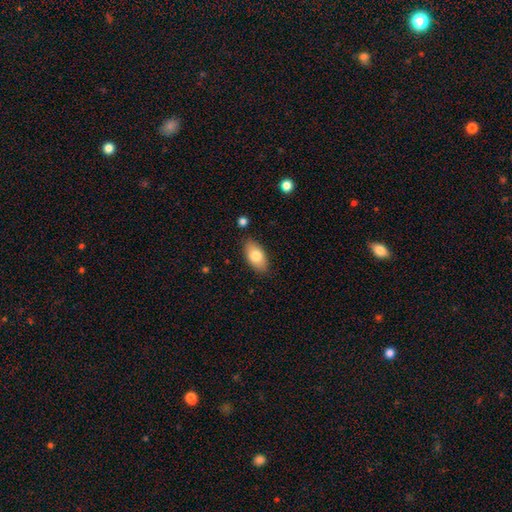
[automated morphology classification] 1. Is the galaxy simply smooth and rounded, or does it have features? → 78% smooth, 15% featured or disk, 7% star or artifact.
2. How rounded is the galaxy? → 93% in between, 4% round, 3% cigar-shaped.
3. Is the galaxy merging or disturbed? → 86% none, 10% minor disturbance, 2% major disturbance, 2% merger.